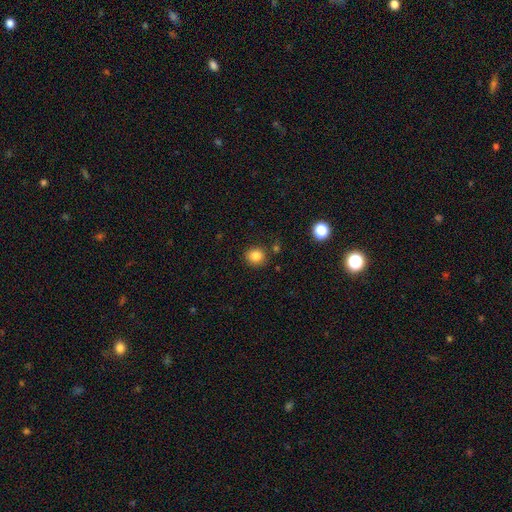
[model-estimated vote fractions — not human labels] Smooth or featured?
  - smooth: 84% *
  - star or artifact: 11%
  - featured or disk: 5%
How rounded?
  - round: 83% *
  - in between: 16%
  - cigar-shaped: 1%
Merging?
  - none: 84% *
  - minor disturbance: 10%
  - merger: 4%
  - major disturbance: 3%